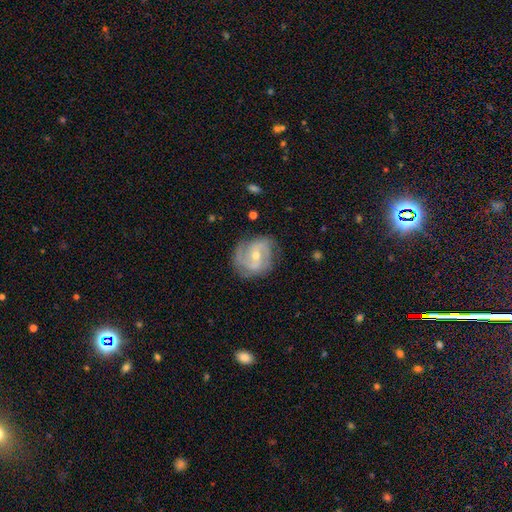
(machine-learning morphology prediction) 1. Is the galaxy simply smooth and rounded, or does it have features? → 85% featured or disk, 9% smooth, 6% star or artifact.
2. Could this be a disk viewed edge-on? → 97% no, 3% yes.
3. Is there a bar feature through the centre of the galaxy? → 45% weak, 38% no, 17% strong.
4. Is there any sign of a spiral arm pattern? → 96% yes, 4% no.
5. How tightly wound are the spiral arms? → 45% medium, 43% tight, 13% loose.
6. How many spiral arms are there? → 49% 2, 25% 3, 14% can't tell, 4% 4, 4% 1, 3% more than 4.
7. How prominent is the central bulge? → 49% moderate, 48% small, 1% large, 1% none, 1% dominant.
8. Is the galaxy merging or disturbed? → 75% none, 18% minor disturbance, 6% major disturbance, 1% merger.